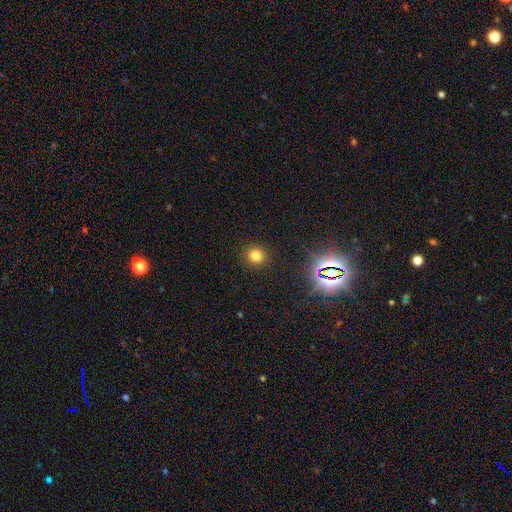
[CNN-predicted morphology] Overall: smooth (76%). How rounded: round (92%). Merging: none (91%).